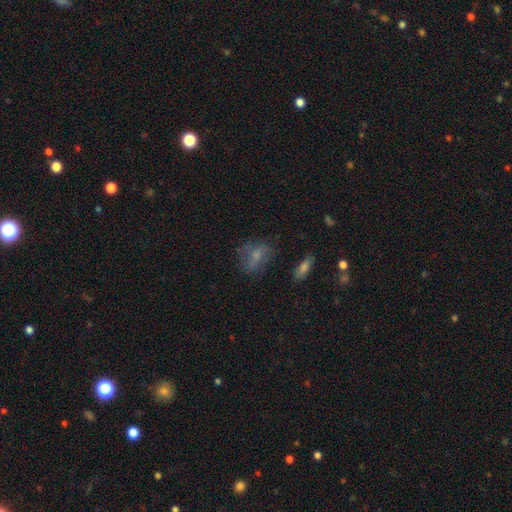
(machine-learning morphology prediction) smooth 56%, featured or disk 31%, star or artifact 13%. Down the decision tree: how rounded — in between (64%); merging — none (56%).